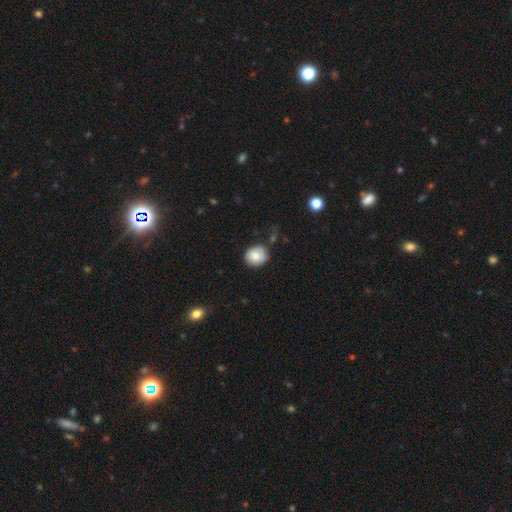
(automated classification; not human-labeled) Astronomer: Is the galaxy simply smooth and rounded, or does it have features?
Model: smooth — 81%.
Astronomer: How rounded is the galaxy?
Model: round — 76%.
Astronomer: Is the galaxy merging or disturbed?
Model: none — 75%.